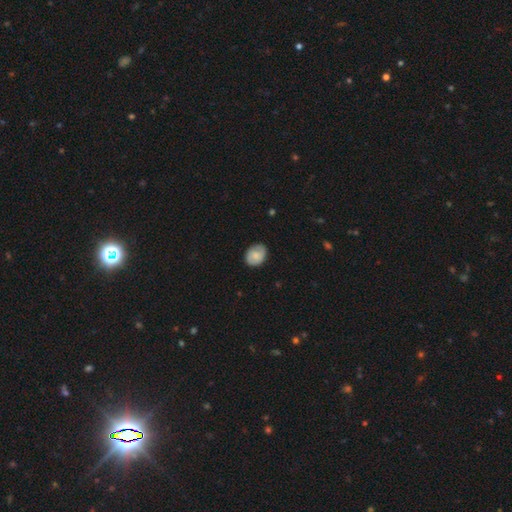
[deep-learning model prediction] The model was most divided on "how rounded": in between: 63%, round: 36%, cigar-shaped: 1%. More confident: merging — none (78%); smooth or featured — smooth (70%).